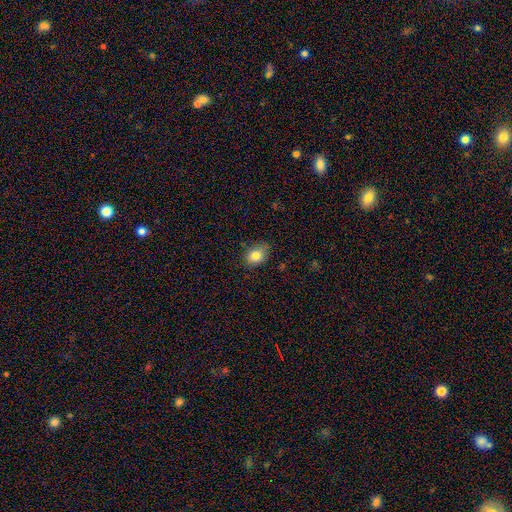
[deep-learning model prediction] smooth 82%, star or artifact 9%, featured or disk 8%. Down the decision tree: how rounded — in between (60%); merging — none (73%).